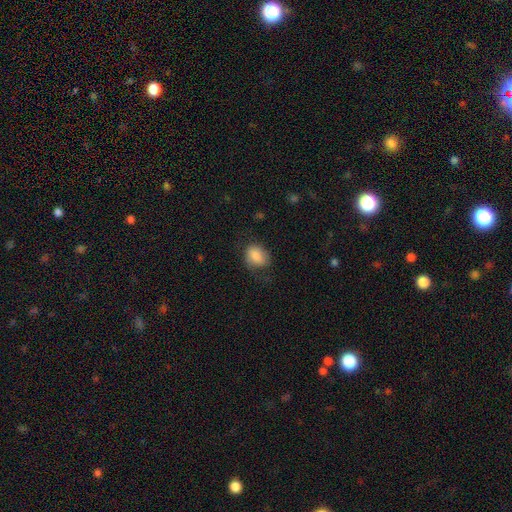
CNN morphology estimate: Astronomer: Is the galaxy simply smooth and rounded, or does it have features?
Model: smooth — 83%.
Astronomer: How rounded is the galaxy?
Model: in between — 65%.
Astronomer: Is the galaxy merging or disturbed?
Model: none — 57%.